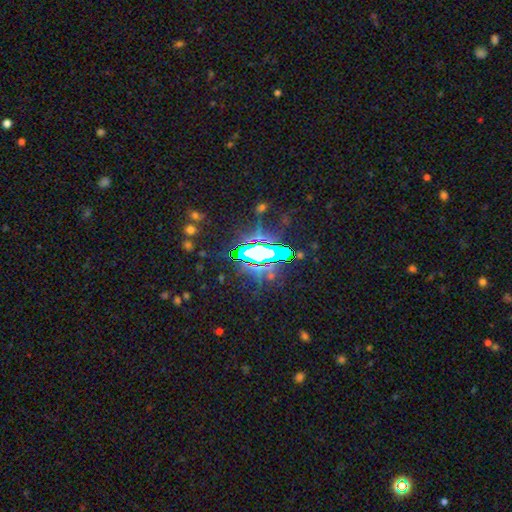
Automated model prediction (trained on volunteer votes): Smooth or featured?
  - star or artifact: 72% *
  - smooth: 14%
  - featured or disk: 14%